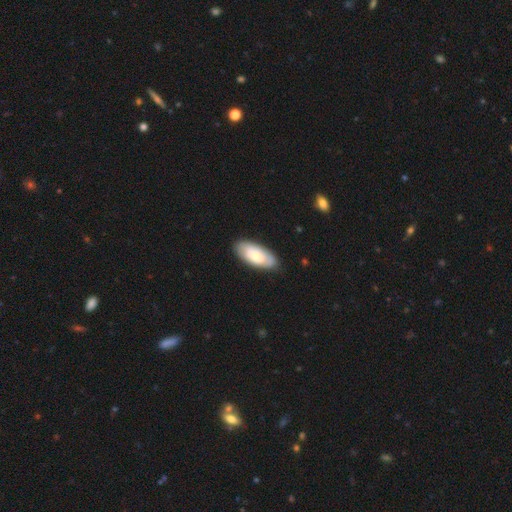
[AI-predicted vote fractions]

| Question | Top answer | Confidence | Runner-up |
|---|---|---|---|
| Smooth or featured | smooth | 67% | featured or disk (28%) |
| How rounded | in between | 87% | cigar-shaped (11%) |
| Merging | none | 84% | minor disturbance (12%) |